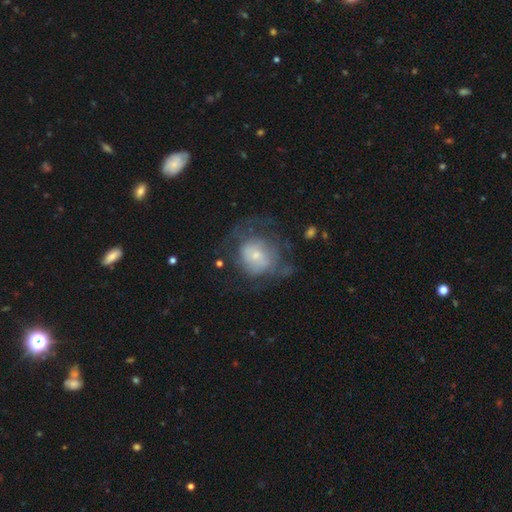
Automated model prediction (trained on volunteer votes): Smooth or featured? Predicted: featured or disk (p=0.48). Merging? Predicted: none (p=0.42).